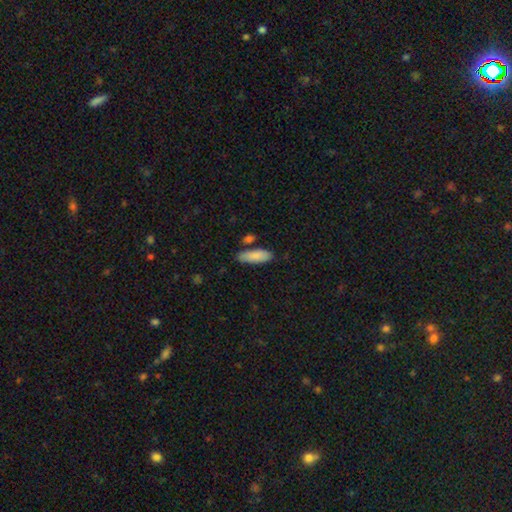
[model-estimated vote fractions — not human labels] This appears to be a smooth galaxy with no disk features (87%) that is in between round and cigar-shaped (62%). Merging: none (75%).